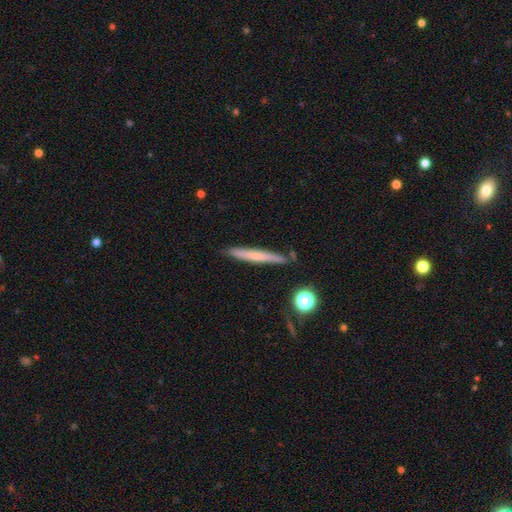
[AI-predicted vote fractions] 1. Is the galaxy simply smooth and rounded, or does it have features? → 56% smooth, 37% featured or disk, 7% star or artifact.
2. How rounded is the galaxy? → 96% cigar-shaped, 3% in between, 2% round.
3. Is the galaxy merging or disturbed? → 86% none, 10% minor disturbance, 3% merger, 2% major disturbance.